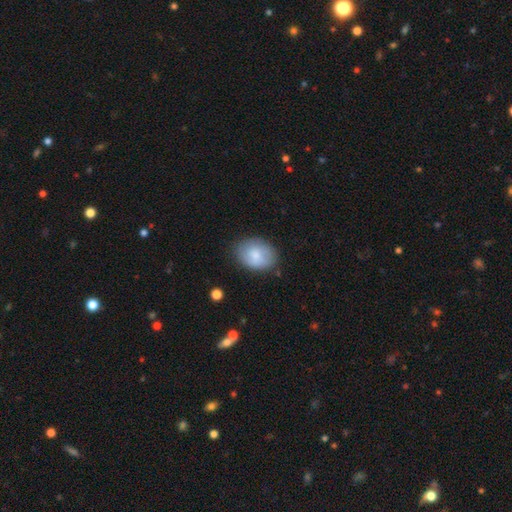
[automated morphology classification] Smooth or featured? Predicted: smooth (p=0.76). How rounded? Predicted: in between (p=0.70). Merging? Predicted: none (p=0.76).